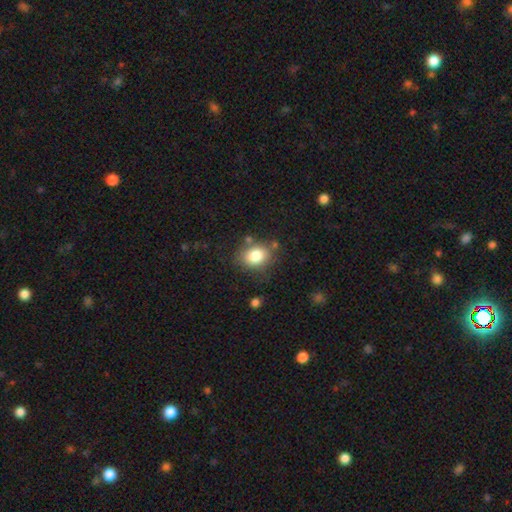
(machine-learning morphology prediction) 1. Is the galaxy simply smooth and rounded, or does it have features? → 82% smooth, 9% star or artifact, 9% featured or disk.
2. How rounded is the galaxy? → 58% in between, 41% round, 1% cigar-shaped.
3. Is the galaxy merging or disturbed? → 75% none, 15% minor disturbance, 5% merger, 5% major disturbance.